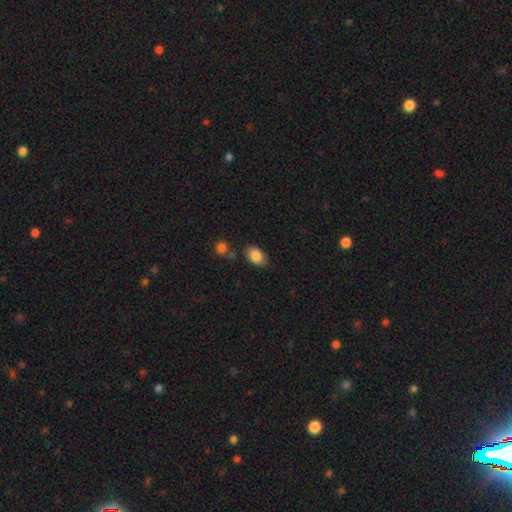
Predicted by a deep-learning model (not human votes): A smooth galaxy with no disk features (86%) that is in between round and cigar-shaped (86%). Merging: none (75%).